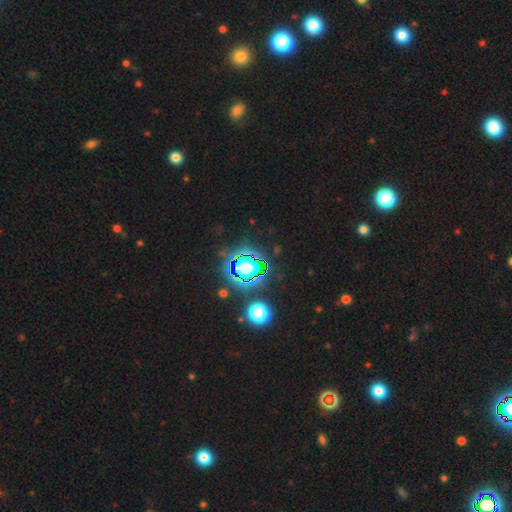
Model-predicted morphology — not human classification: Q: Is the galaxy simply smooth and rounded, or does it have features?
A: star or artifact — 81%.